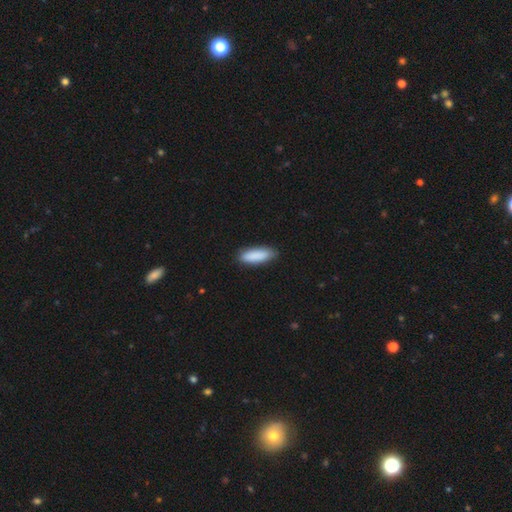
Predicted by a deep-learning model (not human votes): Morphology: type=smooth (89%); roundness=in between (59%); merging=none (85%).